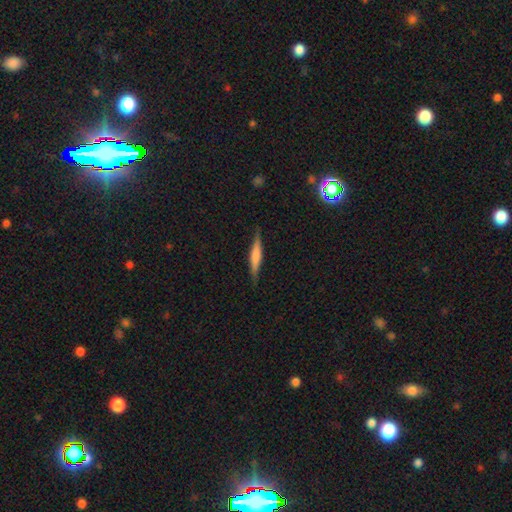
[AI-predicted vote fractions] Smooth or featured? smooth (47%, tied with featured or disk)
Merging? none (87%)